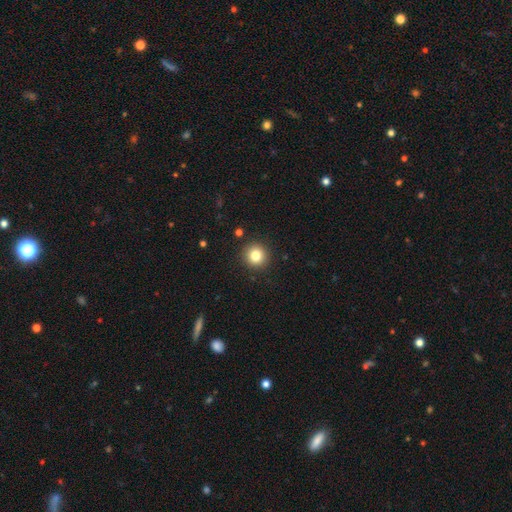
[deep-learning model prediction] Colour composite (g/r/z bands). It shows a smooth galaxy with no disk features (81%) that is round (94%). Merging: none (91%).